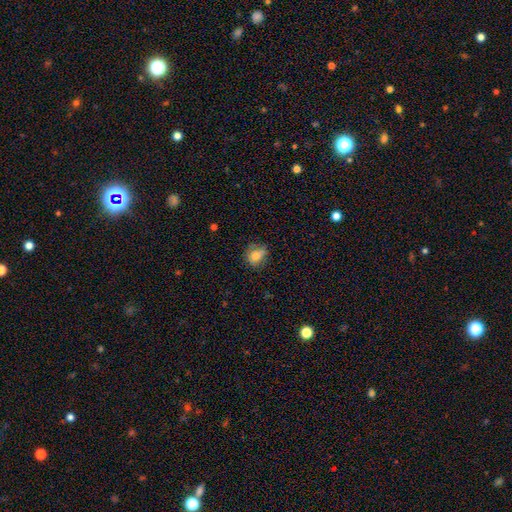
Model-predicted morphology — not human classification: A smooth galaxy with no disk features (75%) that is round (55%).

Vote fractions:
- Smooth or featured? smooth: 75% / featured or disk: 15% / star or artifact: 11%
- How rounded? round: 55% / in between: 43% / cigar-shaped: 2%
- Merging? none: 61% / minor disturbance: 27% / major disturbance: 10% / merger: 2%